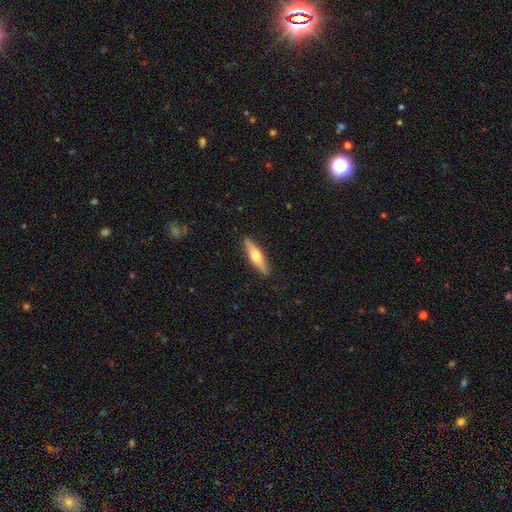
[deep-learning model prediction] Morphology: type=smooth (51%); roundness=cigar-shaped (75%); merging=none (89%).